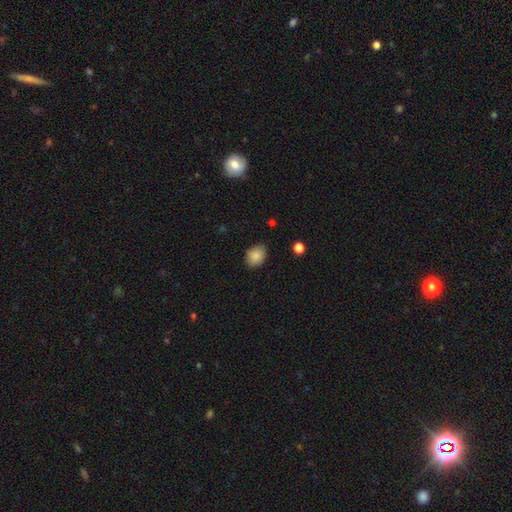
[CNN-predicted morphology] Smooth or featured?
  - smooth: 87% *
  - star or artifact: 8%
  - featured or disk: 5%
How rounded?
  - in between: 66% *
  - round: 33%
  - cigar-shaped: 1%
Merging?
  - none: 81% *
  - minor disturbance: 15%
  - major disturbance: 3%
  - merger: 1%